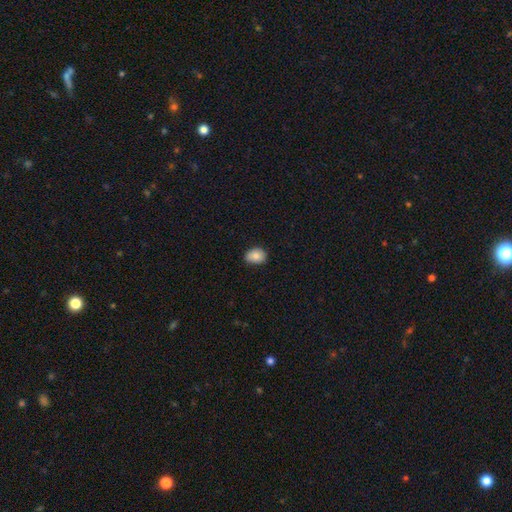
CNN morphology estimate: This is clearly a smooth galaxy (83%). How rounded: likely in between (61%). Merging: likely none (78%).